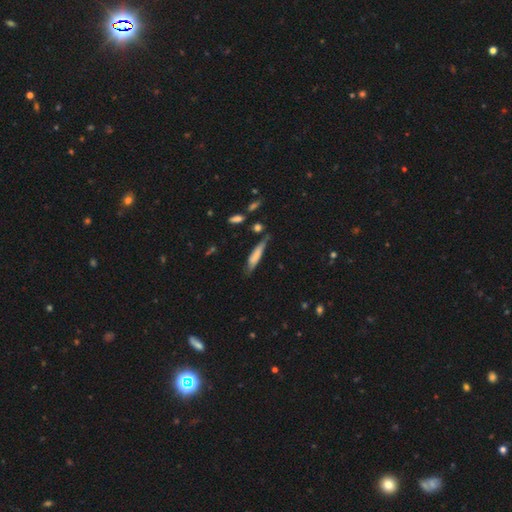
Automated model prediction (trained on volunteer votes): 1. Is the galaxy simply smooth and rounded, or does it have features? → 67% smooth, 26% featured or disk, 7% star or artifact.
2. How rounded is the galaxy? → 80% cigar-shaped, 18% in between, 2% round.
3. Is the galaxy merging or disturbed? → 60% none, 29% minor disturbance, 7% major disturbance, 4% merger.